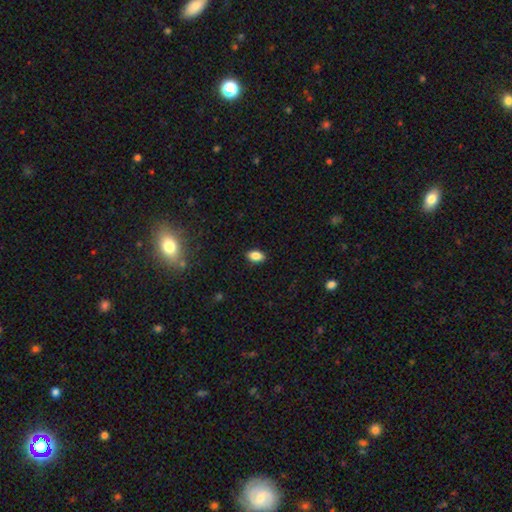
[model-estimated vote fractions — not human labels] Smooth or featured? smooth (85%)
How rounded? in between (89%)
Merging? none (88%)